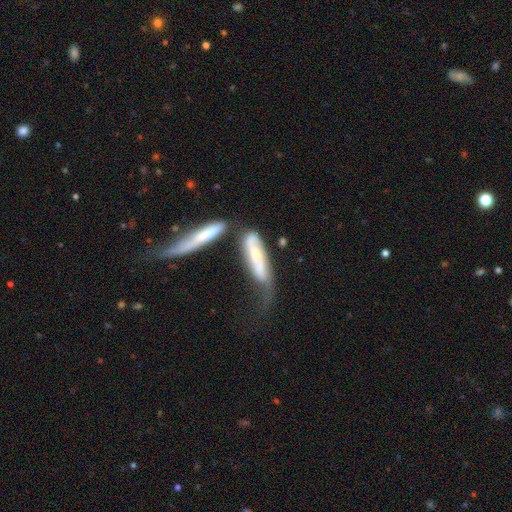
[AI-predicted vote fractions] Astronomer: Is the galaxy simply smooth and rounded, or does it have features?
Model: featured or disk — 51% (runner-up: smooth, 43%).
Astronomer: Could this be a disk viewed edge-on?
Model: no — 62% (runner-up: yes, 38%).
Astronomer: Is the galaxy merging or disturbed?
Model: merger — 36% (runner-up: major disturbance, 25%).